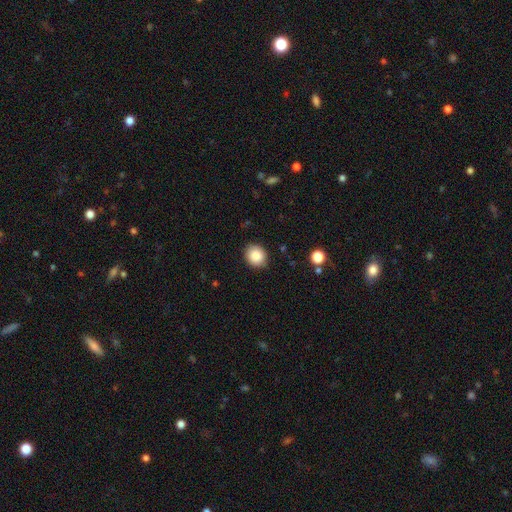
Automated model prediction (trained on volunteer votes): Q: Smooth or featured?
A: smooth (87%); runner-up: star or artifact (9%)
Q: How rounded?
A: round (78%); runner-up: in between (21%)
Q: Merging?
A: none (88%); runner-up: minor disturbance (8%)